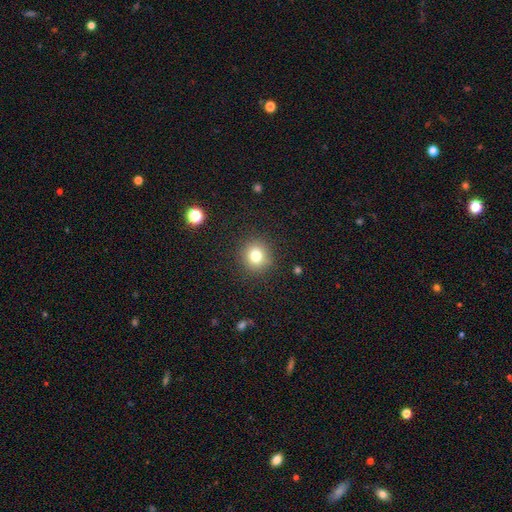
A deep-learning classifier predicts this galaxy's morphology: A smooth galaxy with no disk features (78%) that is round (91%). Merging: none (88%).